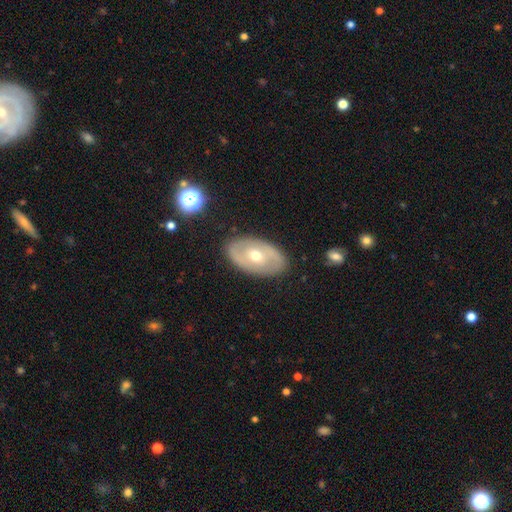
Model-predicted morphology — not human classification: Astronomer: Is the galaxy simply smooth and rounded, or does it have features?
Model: featured or disk — 63%.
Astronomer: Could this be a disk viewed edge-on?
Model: no — 91%.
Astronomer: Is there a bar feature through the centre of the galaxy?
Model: no — 66%.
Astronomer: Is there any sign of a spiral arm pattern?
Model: no — 56% (runner-up: yes, 44%).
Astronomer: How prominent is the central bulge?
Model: moderate — 66%.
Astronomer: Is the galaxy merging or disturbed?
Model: none — 84%.